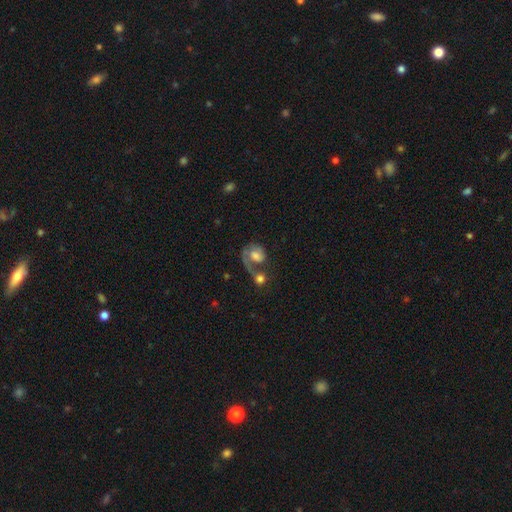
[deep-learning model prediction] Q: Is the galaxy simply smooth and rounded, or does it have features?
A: featured or disk — 62%.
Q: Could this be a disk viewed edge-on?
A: no — 97%.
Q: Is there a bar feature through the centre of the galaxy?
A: no — 60%.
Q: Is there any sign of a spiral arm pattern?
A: yes — 84%.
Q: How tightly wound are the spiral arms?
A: loose — 36%, tied with medium.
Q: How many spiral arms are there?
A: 1 — 78%.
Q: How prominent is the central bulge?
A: moderate — 42%.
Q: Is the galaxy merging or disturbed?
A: merger — 38%.